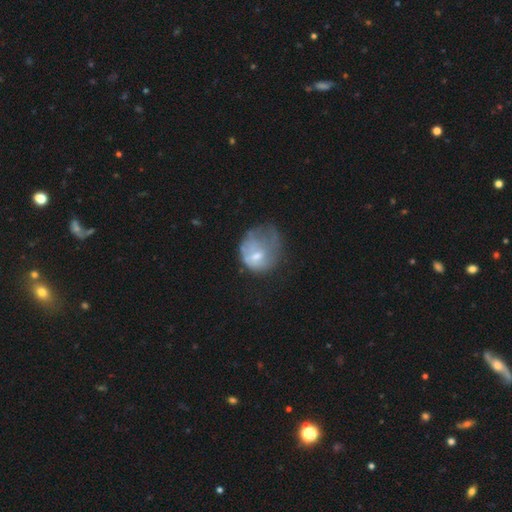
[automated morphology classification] Smooth or featured: smooth — 50% (featured or disk — 40%)
Merging: major disturbance — 48% (minor disturbance — 25%)